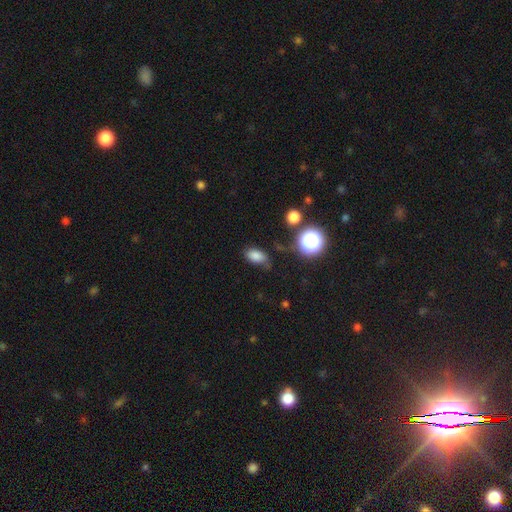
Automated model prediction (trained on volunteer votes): smooth 79%, star or artifact 13%, featured or disk 7%. Down the decision tree: how rounded — in between (86%); merging — none (60%).